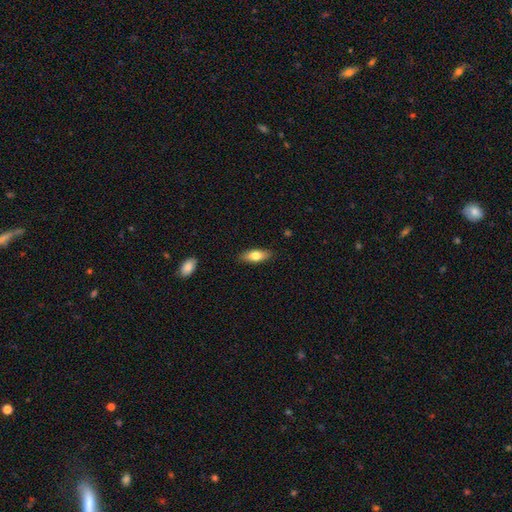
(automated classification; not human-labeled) Q: Smooth or featured?
A: smooth (72%); runner-up: featured or disk (21%)
Q: How rounded?
A: in between (72%); runner-up: cigar-shaped (25%)
Q: Merging?
A: none (88%); runner-up: minor disturbance (9%)